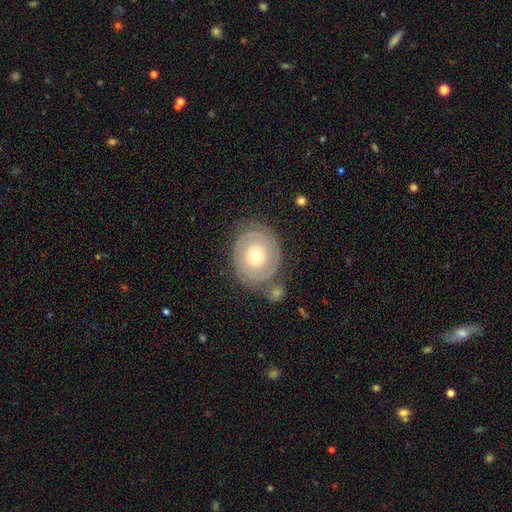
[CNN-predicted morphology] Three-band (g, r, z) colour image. It shows a featured or disk galaxy (76%) with no bar (86%), 2 (59%) tight (83%) spiral arms (86%) and a moderate central bulge (55%). Merging: none (73%).